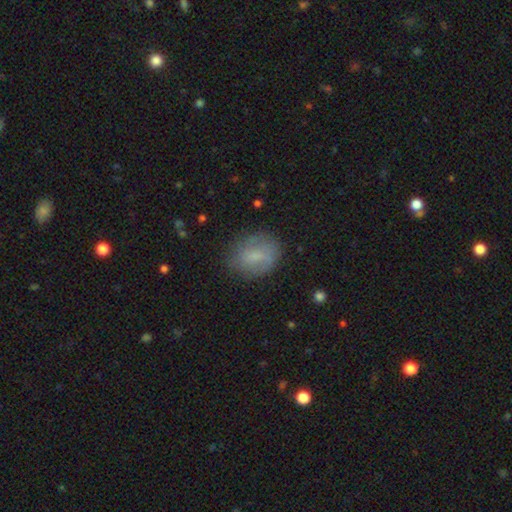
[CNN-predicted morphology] Smooth or featured: smooth — 69% (featured or disk — 23%)
How rounded: in between — 57% (round — 41%)
Merging: none — 74% (minor disturbance — 18%)